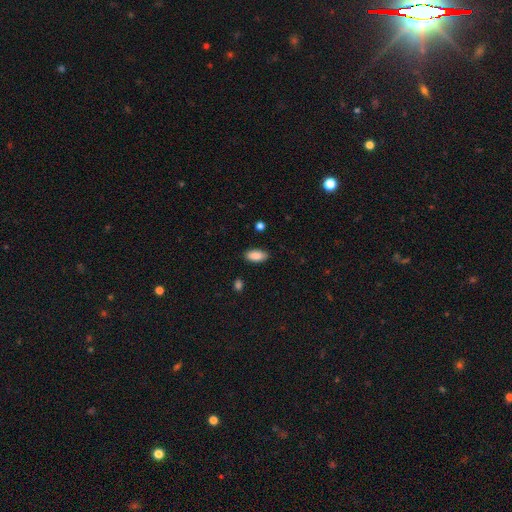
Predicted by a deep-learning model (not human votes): smooth 89%, star or artifact 7%, featured or disk 4%. Down the decision tree: how rounded — in between (92%); merging — none (87%).